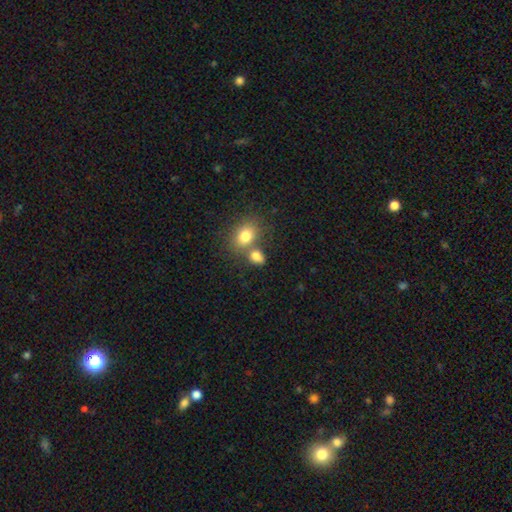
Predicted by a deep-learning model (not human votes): Morphology: type=smooth (79%); roundness=in between (68%); merging=none (44%).